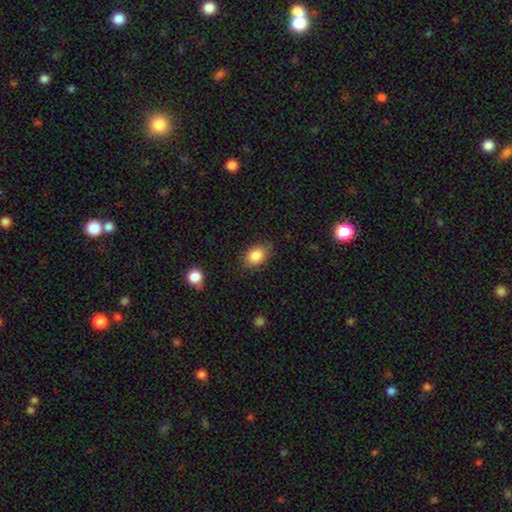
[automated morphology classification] smooth-or-featured: smooth: 86% | star or artifact: 8% | featured or disk: 6%
  how-rounded: in between: 74% | round: 25% | cigar-shaped: 1%
  merging: none: 77% | minor disturbance: 18% | major disturbance: 4% | merger: 2%